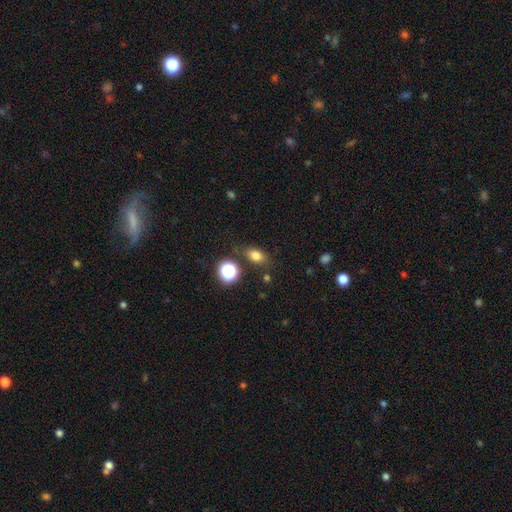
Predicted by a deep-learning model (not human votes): smooth-or-featured: smooth: 77% | star or artifact: 15% | featured or disk: 8%
  how-rounded: in between: 71% | round: 26% | cigar-shaped: 3%
  merging: none: 77% | minor disturbance: 14% | merger: 5% | major disturbance: 4%